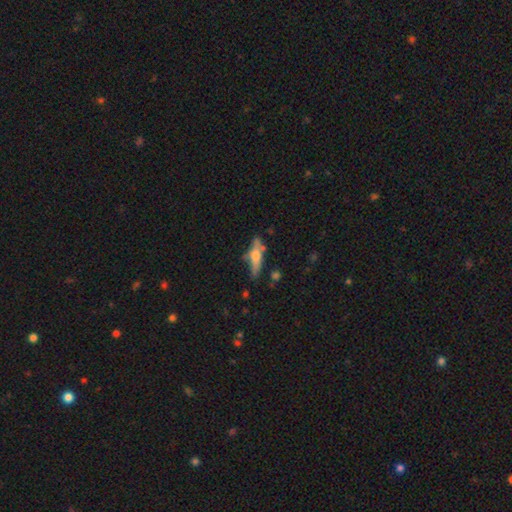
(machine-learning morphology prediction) This is possibly a smooth galaxy (47%). Merging: likely none (61%).